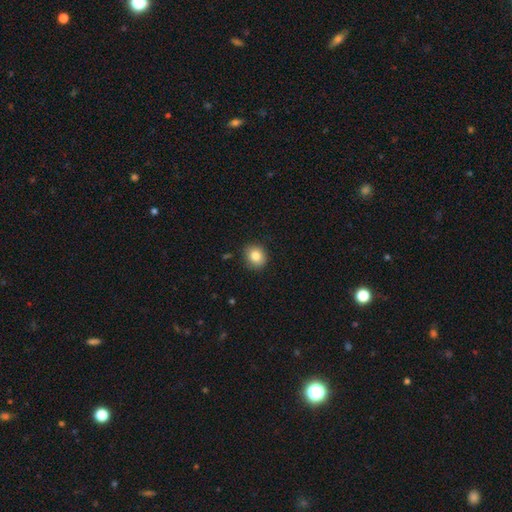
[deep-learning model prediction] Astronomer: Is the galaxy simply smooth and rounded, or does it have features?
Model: smooth — 83%.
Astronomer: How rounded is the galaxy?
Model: round — 78%.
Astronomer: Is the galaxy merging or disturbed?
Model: none — 88%.